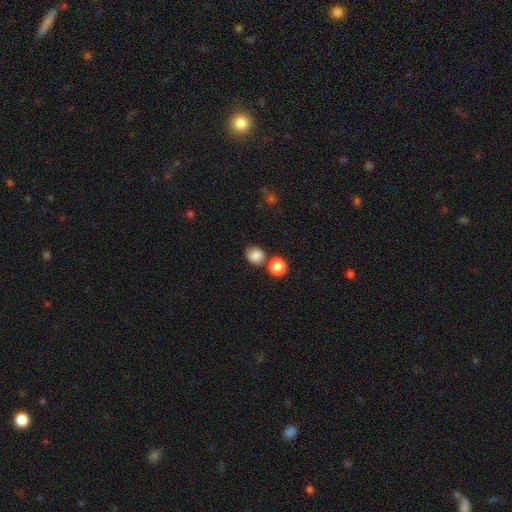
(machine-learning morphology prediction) A smooth galaxy with no disk features (84%) that is round (65%).

Vote fractions:
- Smooth or featured? smooth: 84% / star or artifact: 11% / featured or disk: 6%
- How rounded? round: 65% / in between: 34% / cigar-shaped: 1%
- Merging? none: 66% / merger: 16% / minor disturbance: 14% / major disturbance: 4%